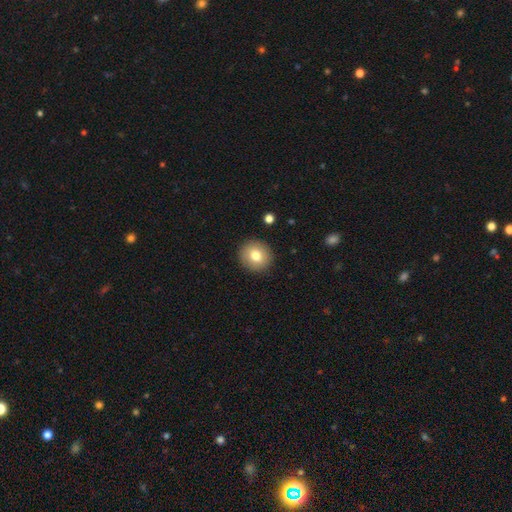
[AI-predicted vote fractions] A smooth galaxy with no disk features (77%) that is round (90%).

Vote fractions:
- Smooth or featured? smooth: 77% / featured or disk: 13% / star or artifact: 9%
- How rounded? round: 90% / in between: 9% / cigar-shaped: 1%
- Merging? none: 91% / minor disturbance: 6% / major disturbance: 2% / merger: 1%